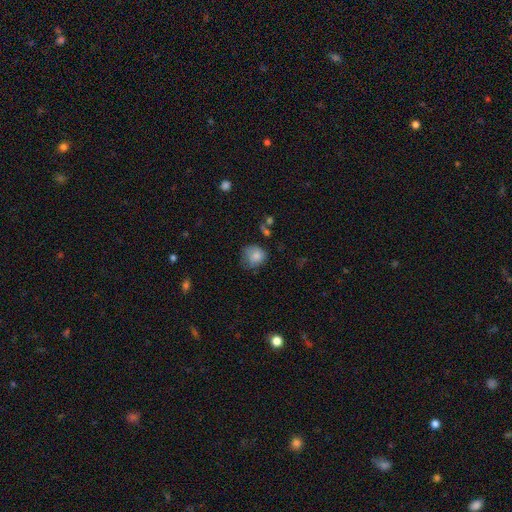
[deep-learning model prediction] smooth_or_featured: smooth (p=0.80) [alt: featured or disk p=0.10]
how_rounded: round (p=0.75) [alt: in between p=0.24]
merging: none (p=0.52) [alt: minor disturbance p=0.32]